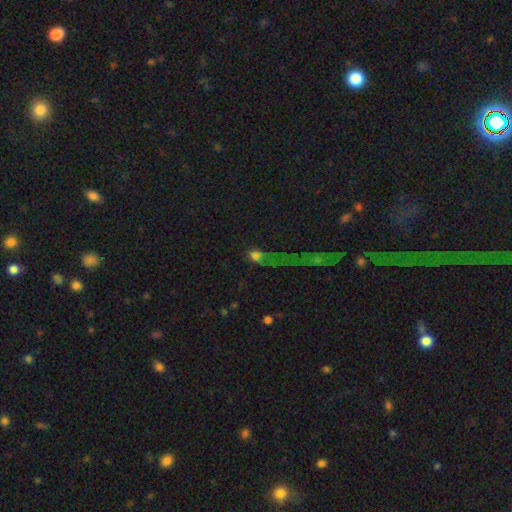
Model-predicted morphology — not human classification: Smooth or featured? smooth (58%)
How rounded? round (61%)
Merging? none (42%)